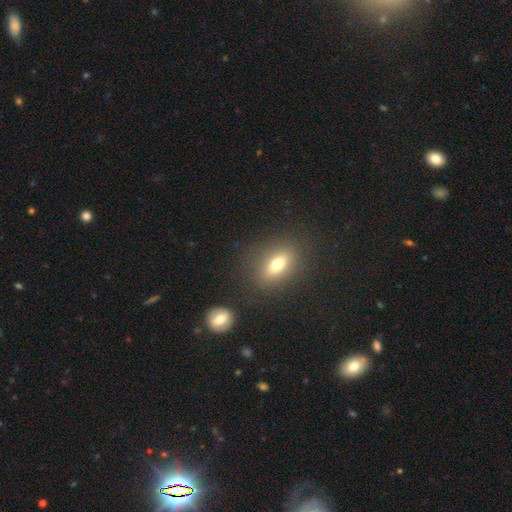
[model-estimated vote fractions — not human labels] Morphology: type=smooth (58%); roundness=in between (68%); merging=none (85%).